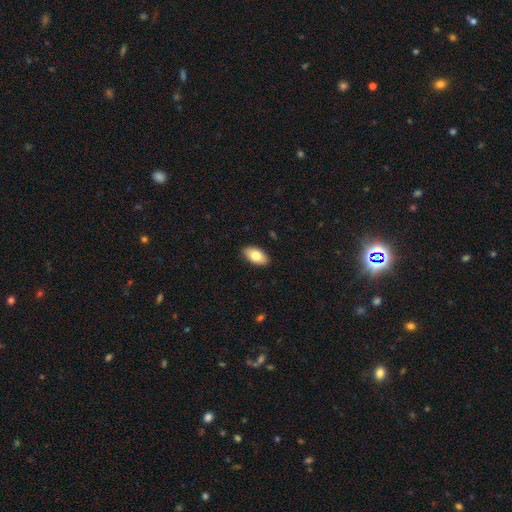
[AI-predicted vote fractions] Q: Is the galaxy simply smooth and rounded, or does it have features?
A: smooth — 80%.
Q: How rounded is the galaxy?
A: in between — 94%.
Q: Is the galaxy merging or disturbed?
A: none — 89%.